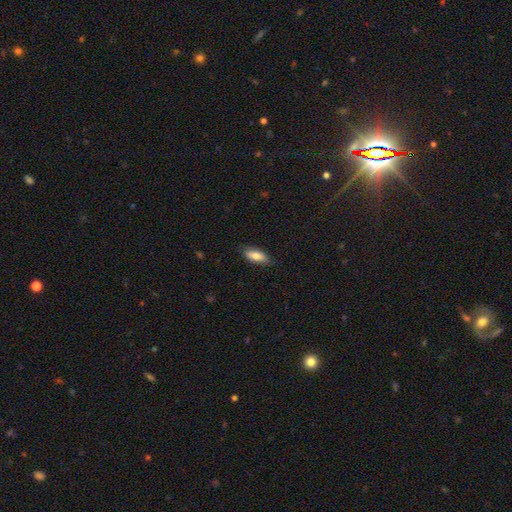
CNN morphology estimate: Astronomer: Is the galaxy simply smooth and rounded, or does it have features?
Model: smooth — 78%.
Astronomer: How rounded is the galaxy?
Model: in between — 72%.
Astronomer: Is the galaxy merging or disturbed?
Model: none — 82%.